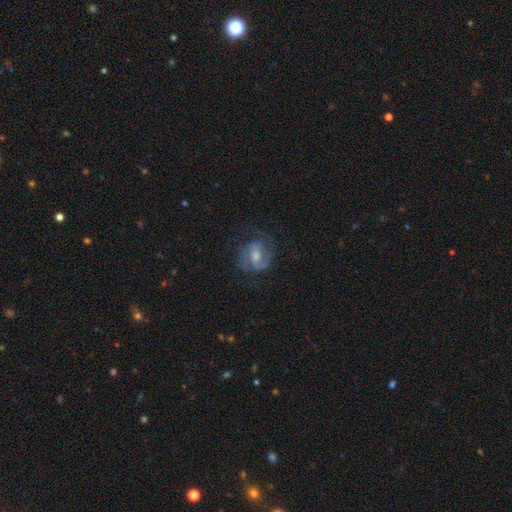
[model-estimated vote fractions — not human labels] The model was most divided on "bar": weak: 50%, no: 34%, strong: 16%. Remaining: edge-on disk — no (97%); spiral arms — yes (89%); smooth or featured — featured or disk (72%); spiral arm count — 2 (68%); merging — none (61%); bulge size — moderate (56%); spiral winding — medium (49%).